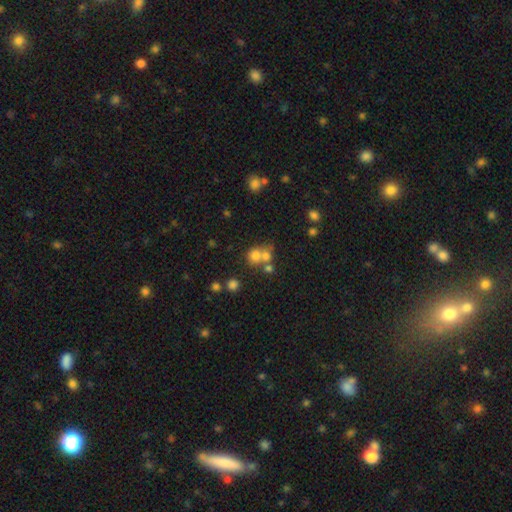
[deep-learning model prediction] Smooth or featured: smooth — 69% (star or artifact — 16%)
How rounded: round — 79% (in between — 20%)
Merging: merger — 48% (none — 39%)